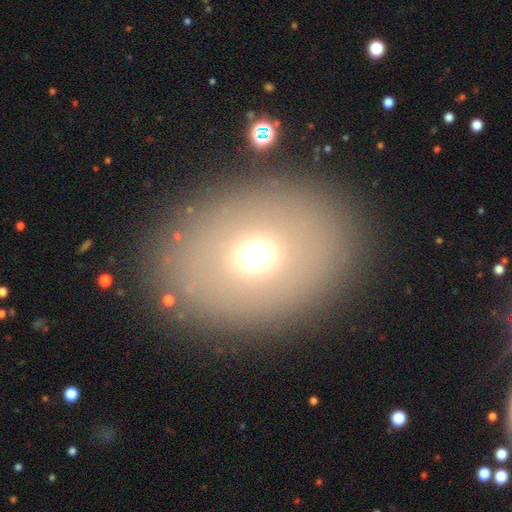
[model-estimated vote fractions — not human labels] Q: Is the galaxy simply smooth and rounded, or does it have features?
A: smooth — 64%.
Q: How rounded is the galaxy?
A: in between — 56%.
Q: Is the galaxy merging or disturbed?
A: none — 86%.